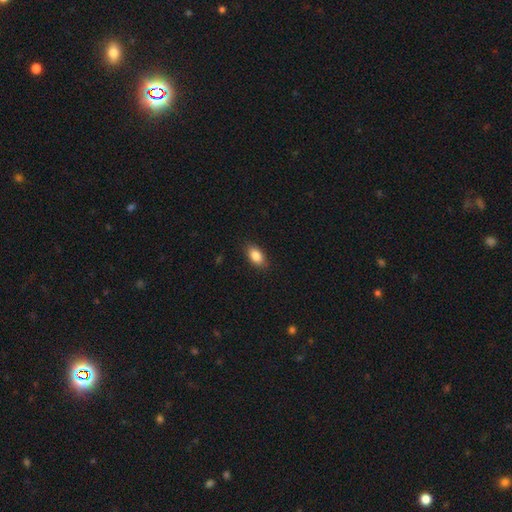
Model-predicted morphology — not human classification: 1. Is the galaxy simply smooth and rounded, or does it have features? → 85% smooth, 7% star or artifact, 7% featured or disk.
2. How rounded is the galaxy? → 91% in between, 6% round, 3% cigar-shaped.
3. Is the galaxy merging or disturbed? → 87% none, 10% minor disturbance, 2% major disturbance, 1% merger.